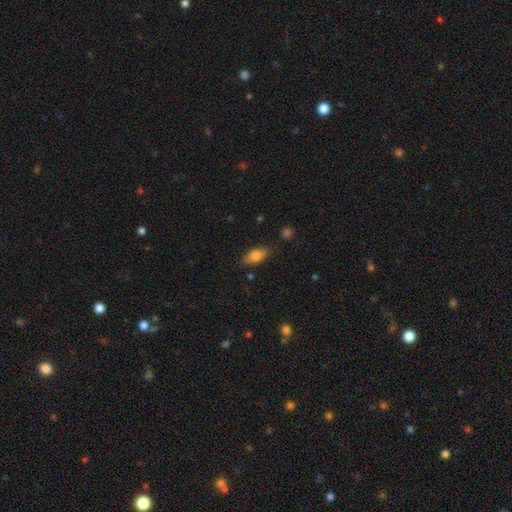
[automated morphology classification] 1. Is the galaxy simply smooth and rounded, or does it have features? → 74% smooth, 18% featured or disk, 8% star or artifact.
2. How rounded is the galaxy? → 84% in between, 12% cigar-shaped, 5% round.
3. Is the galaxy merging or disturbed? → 81% none, 15% minor disturbance, 3% major disturbance, 2% merger.